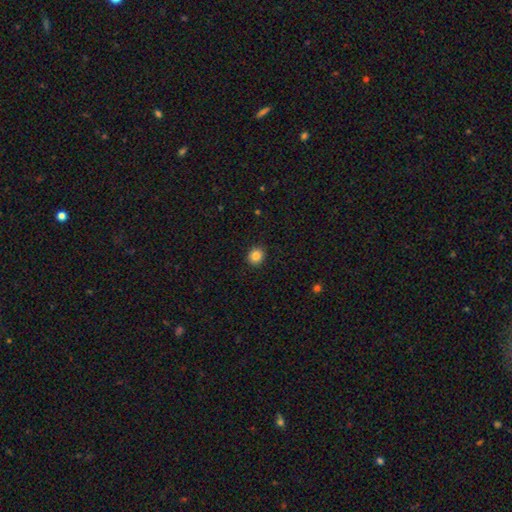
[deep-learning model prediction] smooth-or-featured: smooth: 86% | star or artifact: 10% | featured or disk: 4%
  how-rounded: round: 81% | in between: 18% | cigar-shaped: 1%
  merging: none: 91% | minor disturbance: 6% | major disturbance: 2% | merger: 1%